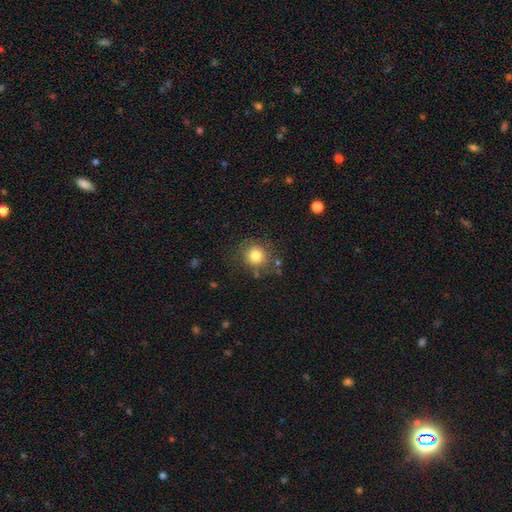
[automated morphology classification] smooth_or_featured: smooth (p=0.80) [alt: star or artifact p=0.11]
how_rounded: round (p=0.89) [alt: in between p=0.10]
merging: none (p=0.79) [alt: minor disturbance p=0.13]